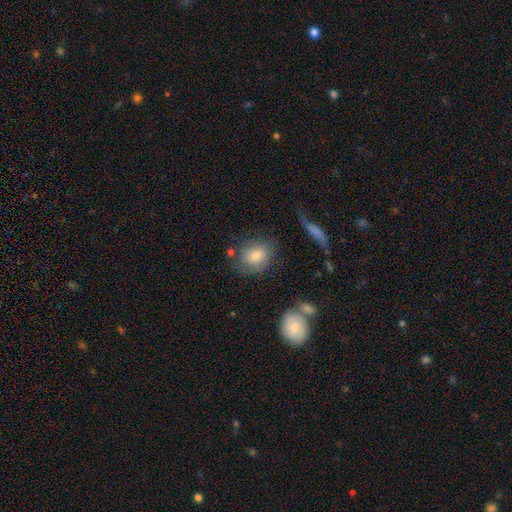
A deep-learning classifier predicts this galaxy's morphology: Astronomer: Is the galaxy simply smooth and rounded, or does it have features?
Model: smooth — 63%.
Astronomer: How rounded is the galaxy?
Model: round — 54% (runner-up: in between, 45%).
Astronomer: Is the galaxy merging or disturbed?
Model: none — 63%.